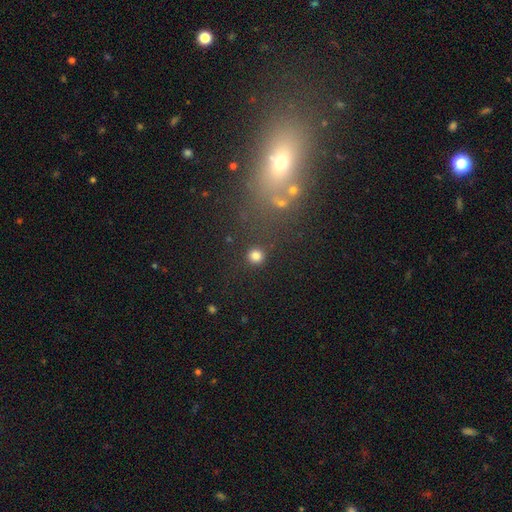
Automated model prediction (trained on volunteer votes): Smooth or featured? Predicted: smooth (p=0.82). How rounded? Predicted: round (p=0.94). Merging? Predicted: none (p=0.88).